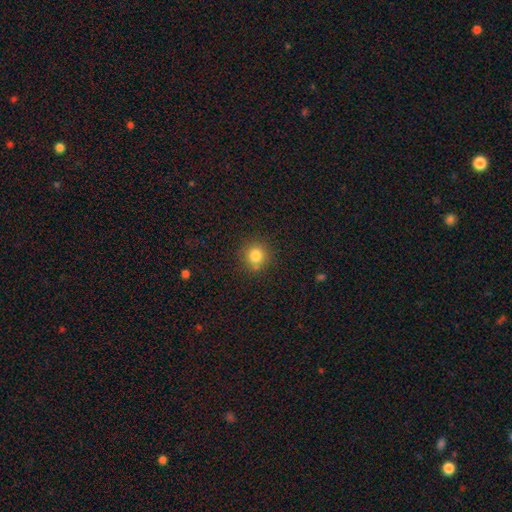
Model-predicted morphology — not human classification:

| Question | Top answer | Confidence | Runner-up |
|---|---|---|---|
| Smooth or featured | smooth | 81% | star or artifact (13%) |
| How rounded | round | 90% | in between (9%) |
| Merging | none | 82% | minor disturbance (10%) |